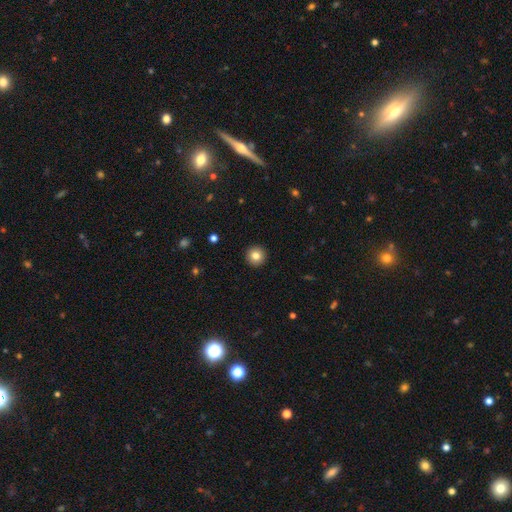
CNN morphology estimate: A smooth galaxy with no disk features (83%) that is round (96%).

Vote fractions:
- Smooth or featured? smooth: 83% / star or artifact: 10% / featured or disk: 7%
- How rounded? round: 96% / in between: 3% / cigar-shaped: 1%
- Merging? none: 93% / minor disturbance: 4% / major disturbance: 1% / merger: 1%